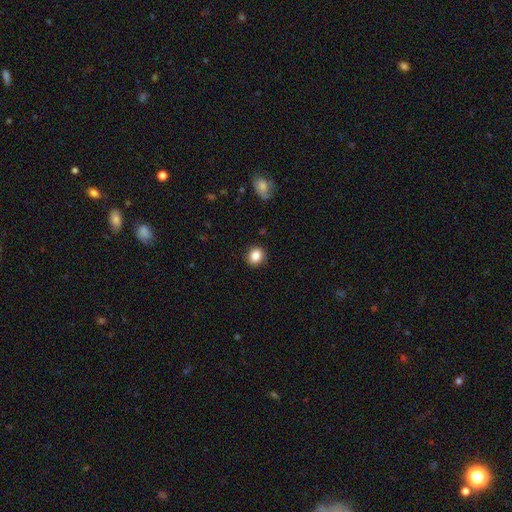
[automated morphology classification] smooth-or-featured: smooth: 85% | star or artifact: 9% | featured or disk: 6%
  how-rounded: round: 74% | in between: 25% | cigar-shaped: 1%
  merging: none: 87% | minor disturbance: 10% | major disturbance: 2% | merger: 1%